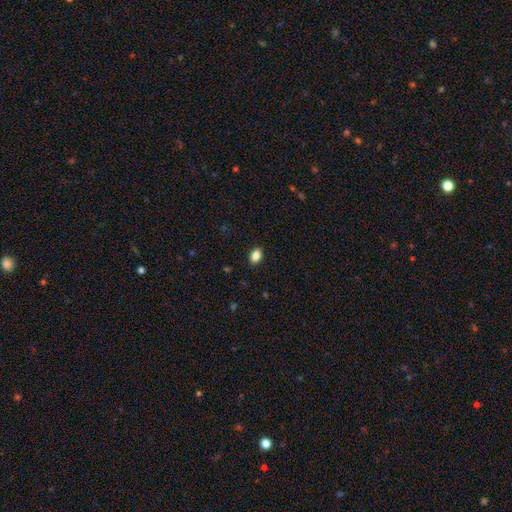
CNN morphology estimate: Smooth or featured: smooth — 86% (star or artifact — 9%)
How rounded: in between — 81% (round — 18%)
Merging: none — 90% (minor disturbance — 8%)